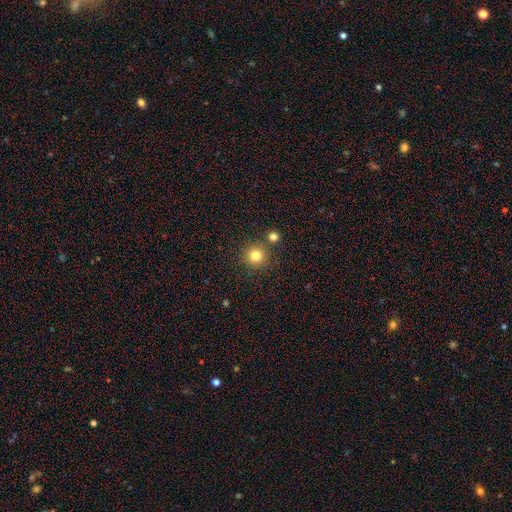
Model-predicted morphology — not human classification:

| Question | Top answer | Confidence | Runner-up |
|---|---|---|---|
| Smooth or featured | smooth | 81% | star or artifact (13%) |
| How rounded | round | 95% | in between (4%) |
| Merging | none | 82% | merger (9%) |